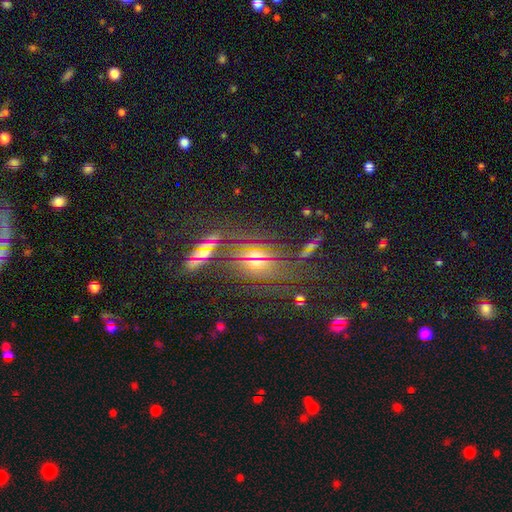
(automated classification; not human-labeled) smooth_or_featured: star or artifact (p=0.53) [alt: smooth p=0.27]